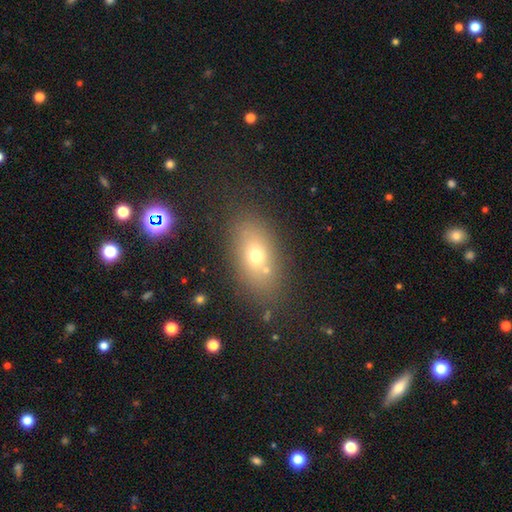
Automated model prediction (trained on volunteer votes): smooth-or-featured: smooth: 65% | featured or disk: 20% | star or artifact: 16%
  how-rounded: in between: 80% | round: 15% | cigar-shaped: 5%
  merging: none: 73% | minor disturbance: 12% | merger: 10% | major disturbance: 5%